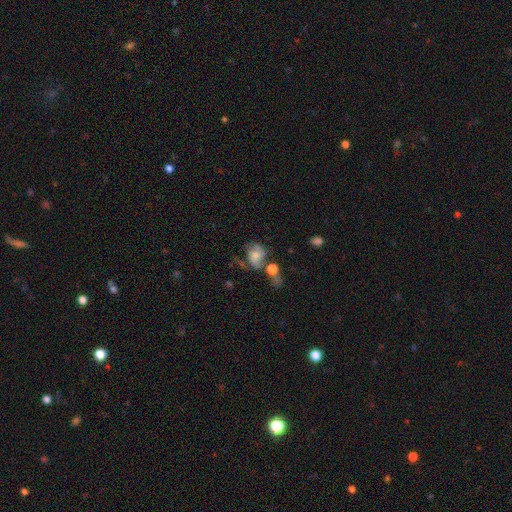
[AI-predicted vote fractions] Overall: smooth (55%; featured or disk 34%). How rounded: in between (50%; round 48%). Merging: none (34%; minor disturbance 23%).